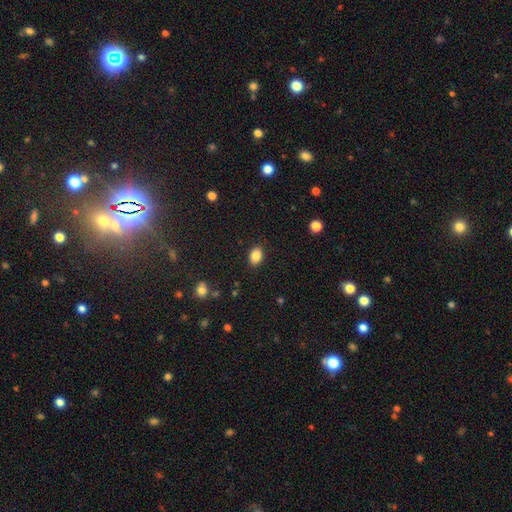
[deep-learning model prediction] This is clearly a smooth galaxy (86%). How rounded: likely in between (79%). Merging: clearly none (88%).